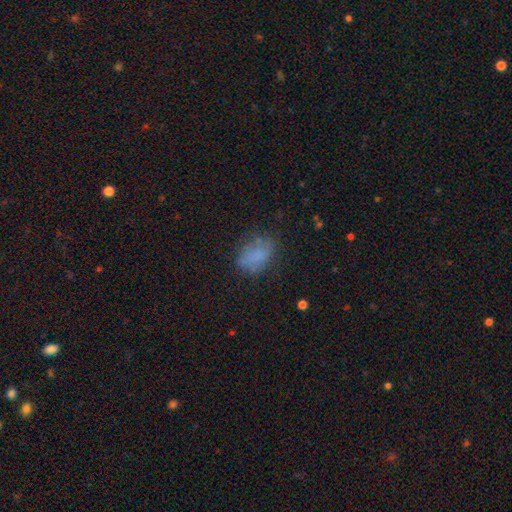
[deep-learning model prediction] Smooth or featured: smooth — 73% (featured or disk — 16%)
How rounded: in between — 81% (round — 17%)
Merging: none — 63% (minor disturbance — 24%)